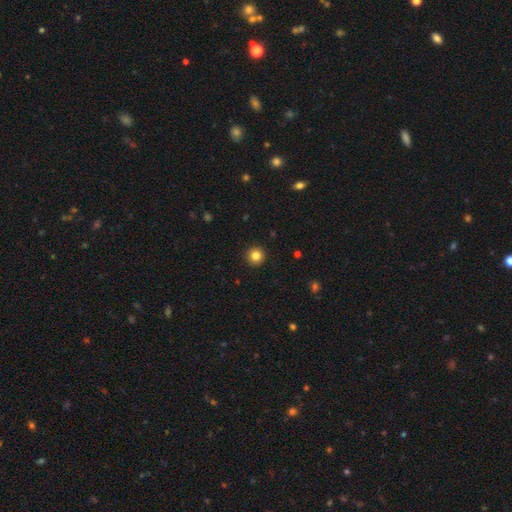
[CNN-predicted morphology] Smooth or featured? smooth (83%)
How rounded? round (96%)
Merging? none (93%)